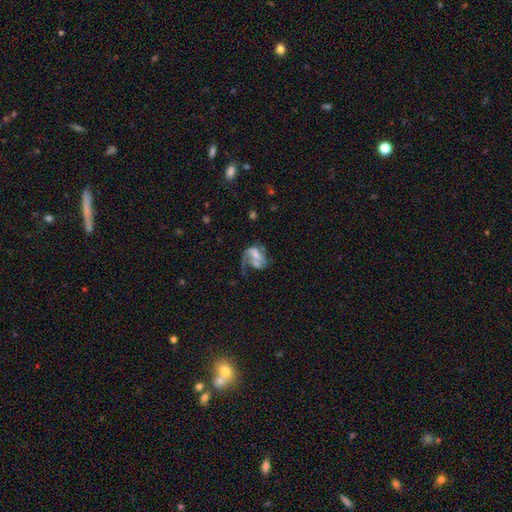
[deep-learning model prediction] featured or disk 60%, smooth 29%, star or artifact 11%. Down the decision tree: edge-on disk — no (97%); bar — no (49%); spiral arms — yes (62%); bulge size — none (31%); merging — major disturbance (44%).